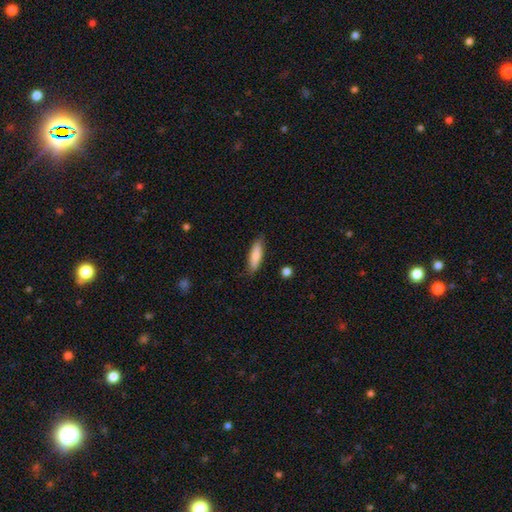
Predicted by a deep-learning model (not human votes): This is clearly a smooth galaxy (80%). How rounded: likely cigar-shaped (61%). Merging: clearly none (84%).